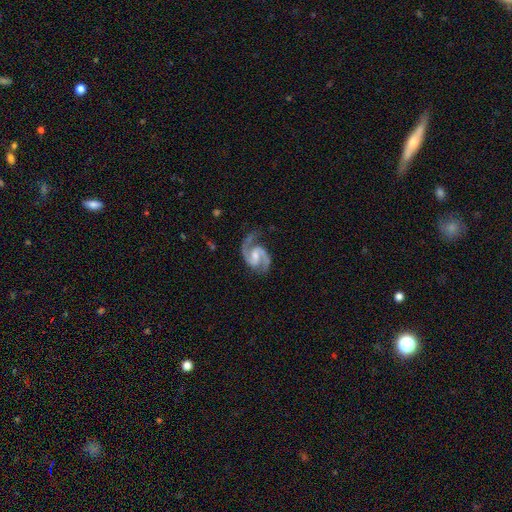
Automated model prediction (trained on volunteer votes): Morphology: type=featured or disk (93%); edge-on=no (98%); bar=weak (52%); spiral arms=yes (98%); winding=medium (65%); arm count=2 (94%); bulge=moderate (48%); merging=none (75%).